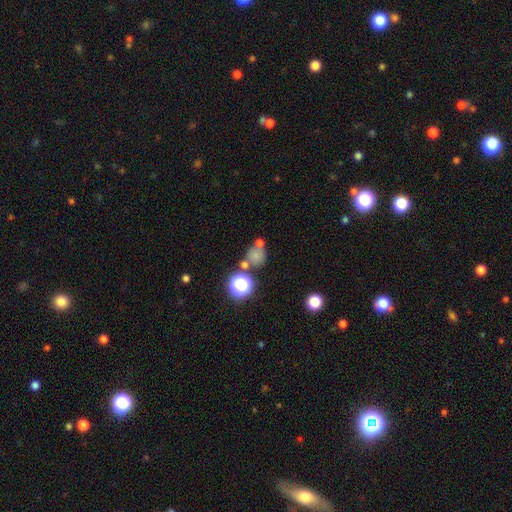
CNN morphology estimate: Smooth or featured?
  - smooth: 67% *
  - star or artifact: 21%
  - featured or disk: 12%
How rounded?
  - round: 79% *
  - in between: 20%
  - cigar-shaped: 1%
Merging?
  - none: 52% *
  - merger: 30%
  - minor disturbance: 12%
  - major disturbance: 6%